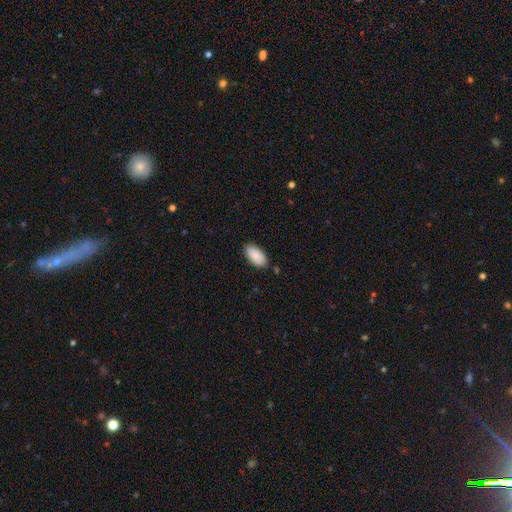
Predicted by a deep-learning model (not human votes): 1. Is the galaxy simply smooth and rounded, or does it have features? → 88% smooth, 6% star or artifact, 6% featured or disk.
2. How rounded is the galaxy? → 95% in between, 3% cigar-shaped, 2% round.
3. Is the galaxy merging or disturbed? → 84% none, 12% minor disturbance, 2% major disturbance, 2% merger.